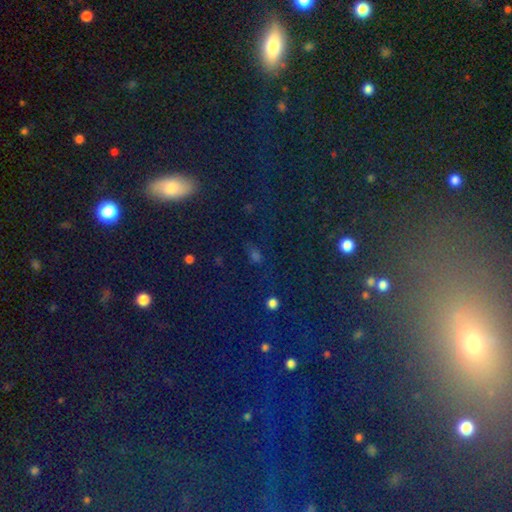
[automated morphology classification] A star or artifact, not a galaxy (49%).

Vote fractions:
- Smooth or featured? star or artifact: 49% / smooth: 39% / featured or disk: 12%